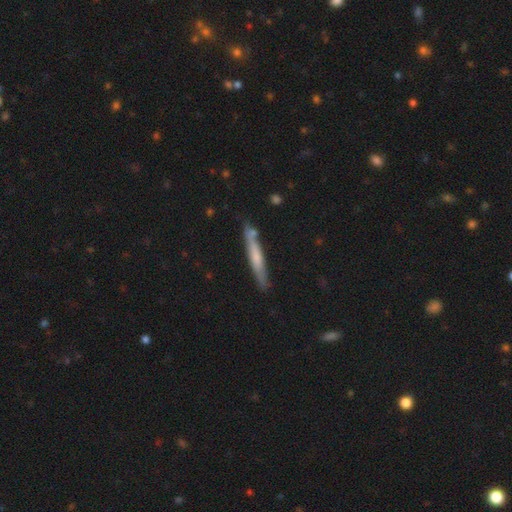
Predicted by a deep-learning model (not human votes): smooth-or-featured: featured or disk: 49% | smooth: 45% | star or artifact: 6%
  merging: none: 79% | minor disturbance: 14% | merger: 5% | major disturbance: 3%